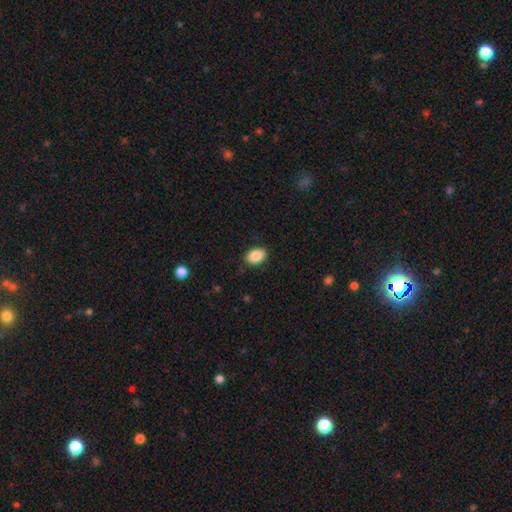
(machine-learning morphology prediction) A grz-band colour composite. It shows a smooth galaxy with no disk features (88%) that is in between round and cigar-shaped (78%). Merging: none (85%).